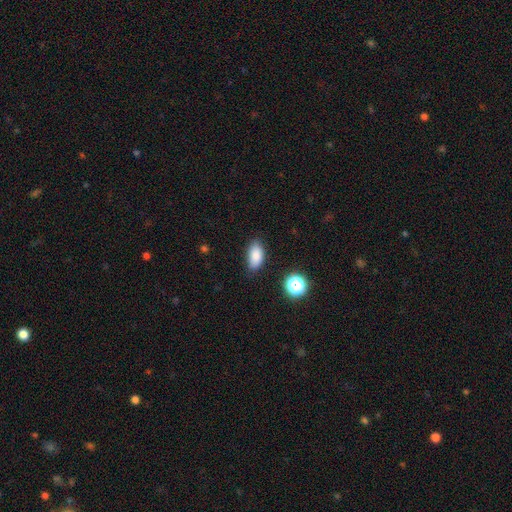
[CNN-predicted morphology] smooth_or_featured: smooth (p=0.84) [alt: star or artifact p=0.10]
how_rounded: in between (p=0.90) [alt: round p=0.06]
merging: none (p=0.80) [alt: minor disturbance p=0.15]